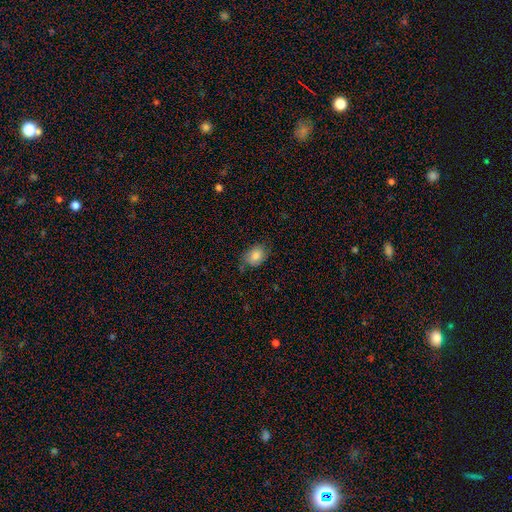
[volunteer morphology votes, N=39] A smooth galaxy with no disk features (82%) that is in between round and cigar-shaped (81%).

Vote fractions:
- Smooth or featured? smooth: 82% / featured or disk: 15% / star or artifact: 3%
- How rounded? in between: 81% / round: 19% / cigar-shaped: 0%
- Merging? none: 74% / minor disturbance: 21% / merger: 5% / major disturbance: 0%